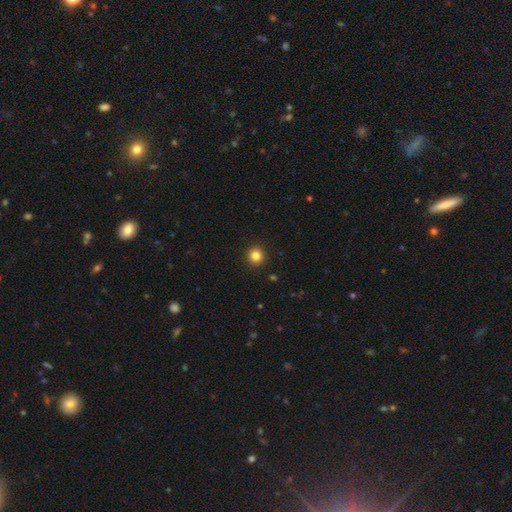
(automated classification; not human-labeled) smooth-or-featured: smooth: 83% | star or artifact: 12% | featured or disk: 5%
  how-rounded: round: 95% | in between: 4% | cigar-shaped: 1%
  merging: none: 93% | minor disturbance: 4% | major disturbance: 2% | merger: 1%